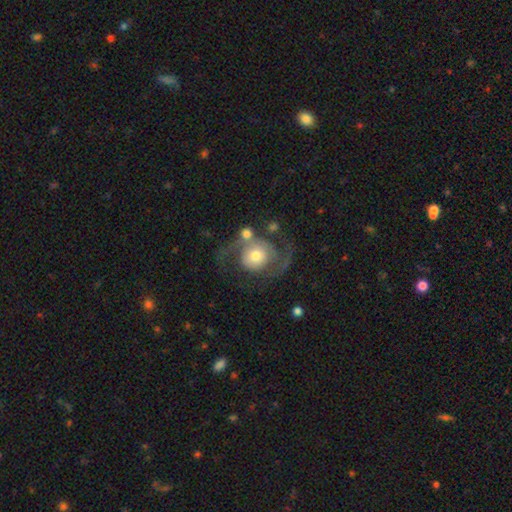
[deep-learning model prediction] smooth_or_featured: featured or disk (p=0.68) [alt: smooth p=0.26]
disk_edge_on: no (p=0.97) [alt: yes p=0.03]
bar: no (p=0.77) [alt: weak p=0.19]
has_spiral_arms: yes (p=0.85) [alt: no p=0.15]
spiral_winding: loose (p=0.45) [alt: medium p=0.41]
spiral_arm_count: 2 (p=0.83) [alt: 1 p=0.06]
bulge_size: moderate (p=0.57) [alt: small p=0.21]
merging: none (p=0.41) [alt: major disturbance p=0.26]